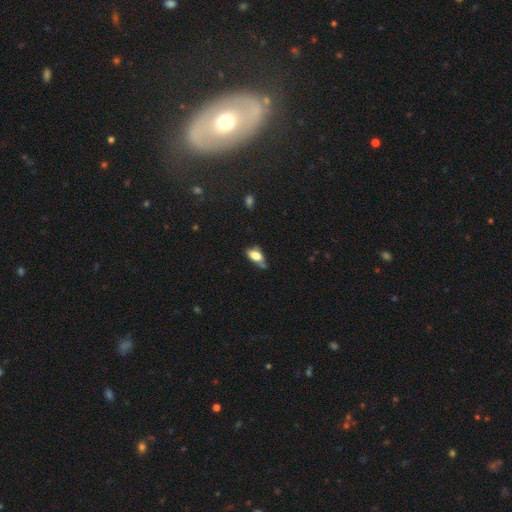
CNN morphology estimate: Smooth or featured? smooth (75%)
How rounded? in between (88%)
Merging? none (40%)